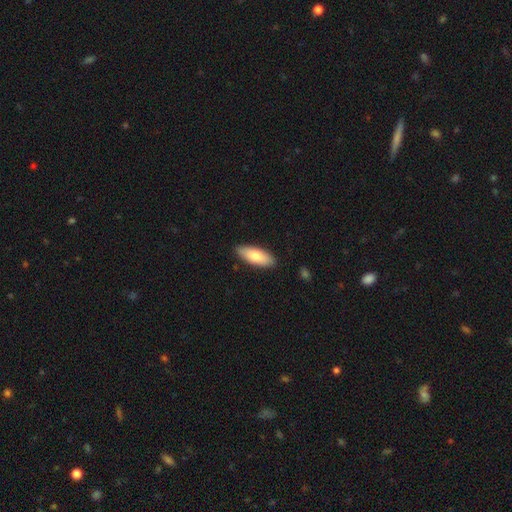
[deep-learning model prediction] A smooth galaxy with no disk features (77%) that is in between round and cigar-shaped (78%). Merging: none (88%).